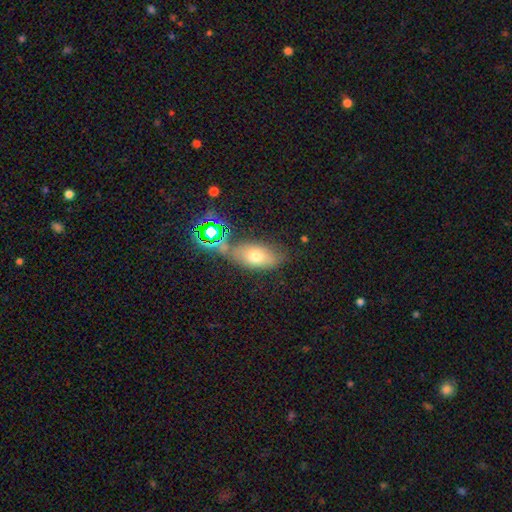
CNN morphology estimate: Overall: smooth (64%). How rounded: in between (85%). Merging: none (64%).